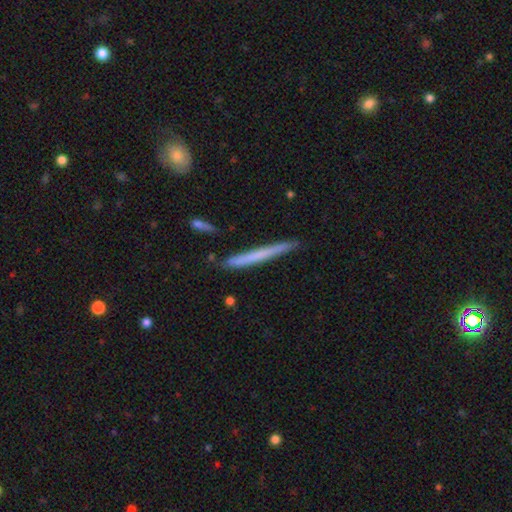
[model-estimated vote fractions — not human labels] The model was most divided on "smooth or featured": smooth: 55%, featured or disk: 39%, star or artifact: 6%. More confident: how rounded — cigar-shaped (97%); merging — none (88%).